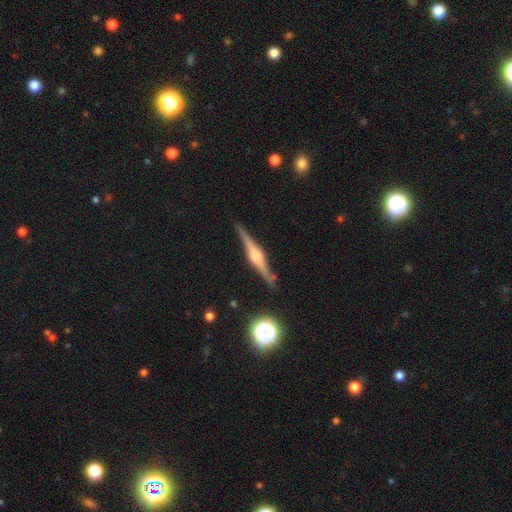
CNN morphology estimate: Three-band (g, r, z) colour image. It shows a featured or disk galaxy (82%) viewed edge-on (98%) with a rounded central bulge (78%). Merging: none (87%).